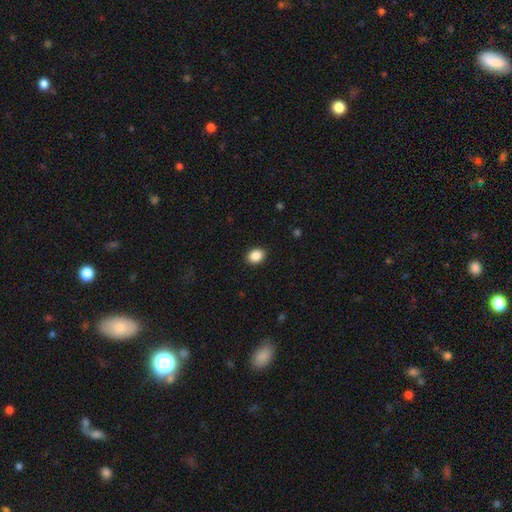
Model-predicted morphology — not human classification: This is clearly a smooth galaxy (88%). How rounded: likely in between (60%). Merging: clearly none (90%).